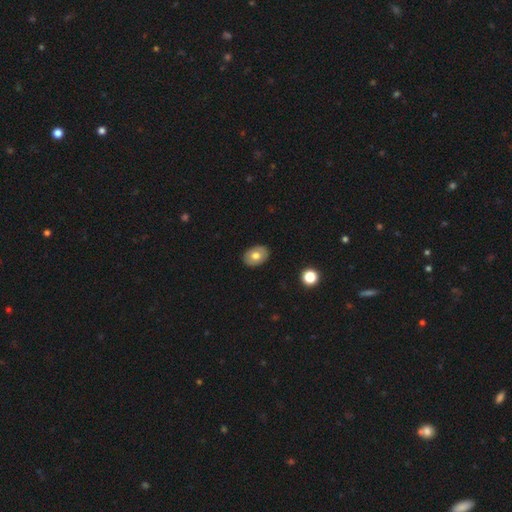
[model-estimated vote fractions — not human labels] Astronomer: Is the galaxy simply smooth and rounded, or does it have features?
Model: smooth — 71%.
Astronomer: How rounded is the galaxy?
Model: in between — 77%.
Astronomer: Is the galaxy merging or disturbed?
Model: none — 89%.